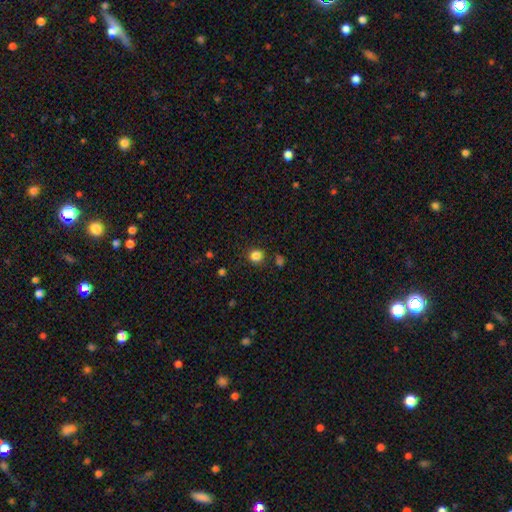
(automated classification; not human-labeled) This is clearly a smooth galaxy (84%). How rounded: clearly round (88%). Merging: clearly none (85%).